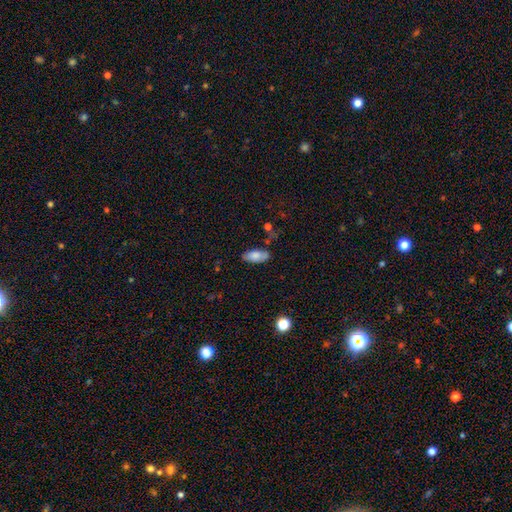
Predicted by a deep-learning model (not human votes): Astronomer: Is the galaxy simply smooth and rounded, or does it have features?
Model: smooth — 78%.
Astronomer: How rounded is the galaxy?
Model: in between — 88%.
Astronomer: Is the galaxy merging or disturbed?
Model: none — 75%.